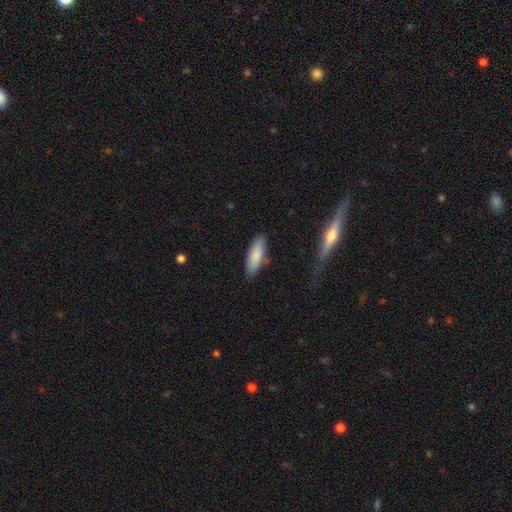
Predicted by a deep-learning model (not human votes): Smooth or featured: smooth — 85% (featured or disk — 9%)
How rounded: in between — 61% (cigar-shaped — 37%)
Merging: none — 77% (minor disturbance — 16%)